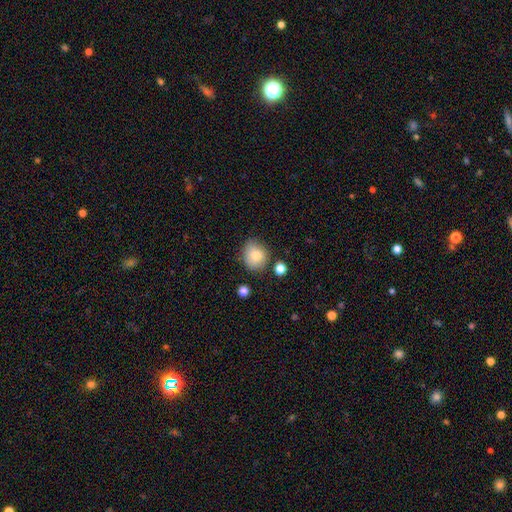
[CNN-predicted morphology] Overall: smooth (81%). How rounded: round (68%; in between 31%). Merging: none (71%).